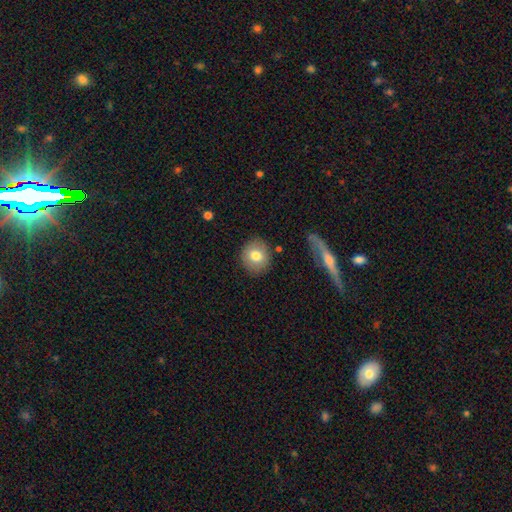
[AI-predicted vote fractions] smooth 77%, featured or disk 15%, star or artifact 8%. Down the decision tree: how rounded — round (84%); merging — none (85%).